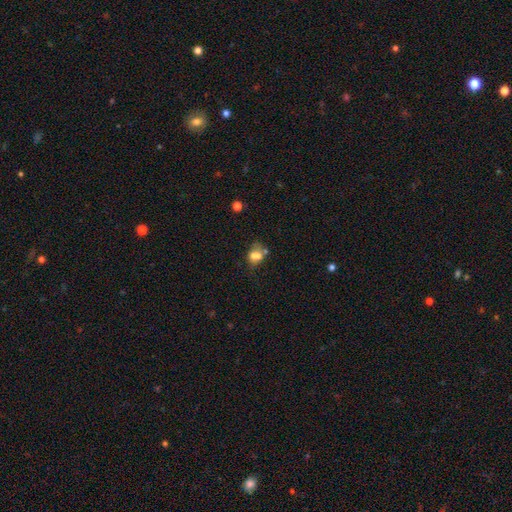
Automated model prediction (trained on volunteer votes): The model was most divided on "merging": merger: 42%, none: 32%, minor disturbance: 16%, major disturbance: 11%. More confident: smooth or featured — smooth (66%); how rounded — in between (58%).